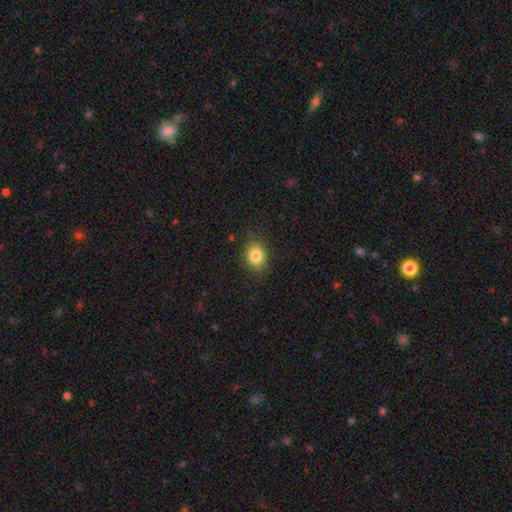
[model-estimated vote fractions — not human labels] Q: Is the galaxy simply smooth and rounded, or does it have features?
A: smooth — 82%.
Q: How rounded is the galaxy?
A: round — 49%, tied with in between.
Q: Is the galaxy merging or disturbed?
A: none — 82%.